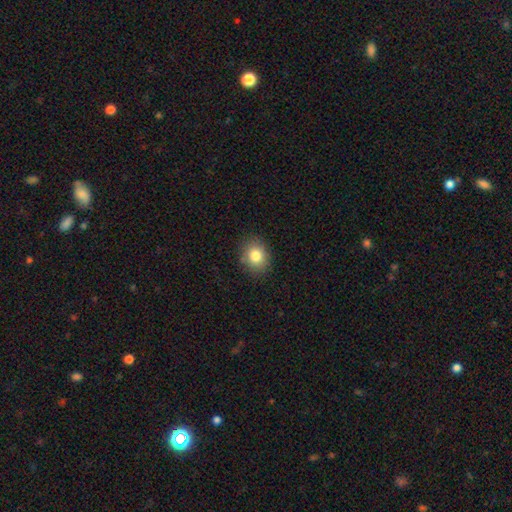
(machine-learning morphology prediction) smooth 81%, star or artifact 10%, featured or disk 9%. Down the decision tree: how rounded — round (56%); merging — none (86%).